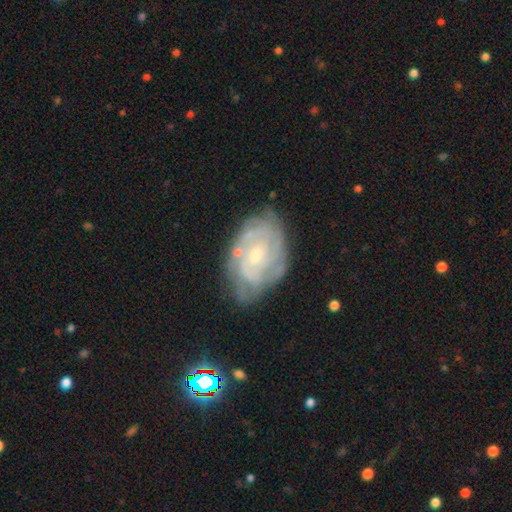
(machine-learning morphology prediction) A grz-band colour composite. It shows a featured or disk galaxy (79%) with no bar (62%), tight (67%) spiral arms (90%) and a small central bulge (64%). Merging: none (68%).